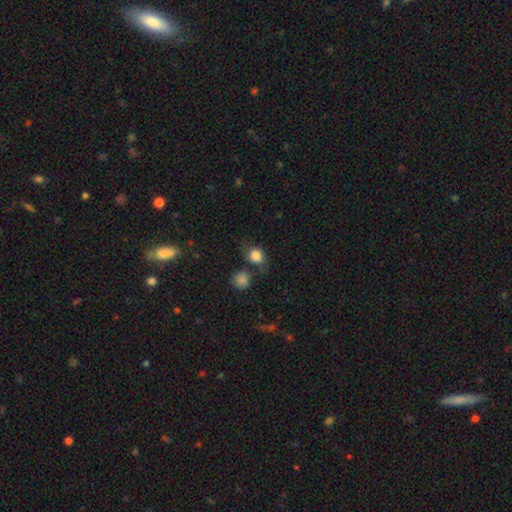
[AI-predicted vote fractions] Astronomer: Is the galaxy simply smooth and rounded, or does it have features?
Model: smooth — 81%.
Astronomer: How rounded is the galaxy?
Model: round — 65%.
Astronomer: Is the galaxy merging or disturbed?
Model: none — 54%.